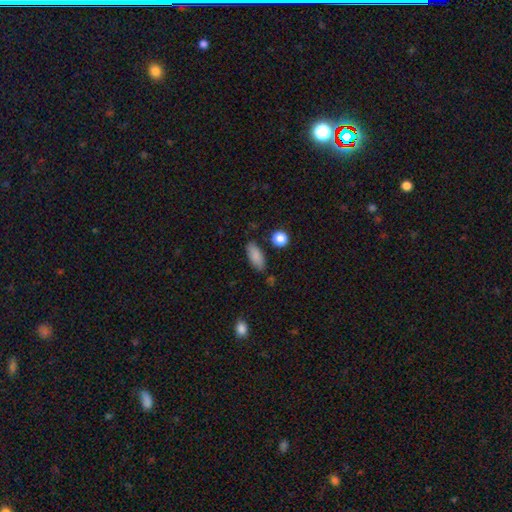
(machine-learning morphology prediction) smooth-or-featured: smooth: 86% | star or artifact: 8% | featured or disk: 6%
  how-rounded: in between: 79% | cigar-shaped: 17% | round: 4%
  merging: none: 80% | minor disturbance: 13% | merger: 3% | major disturbance: 3%